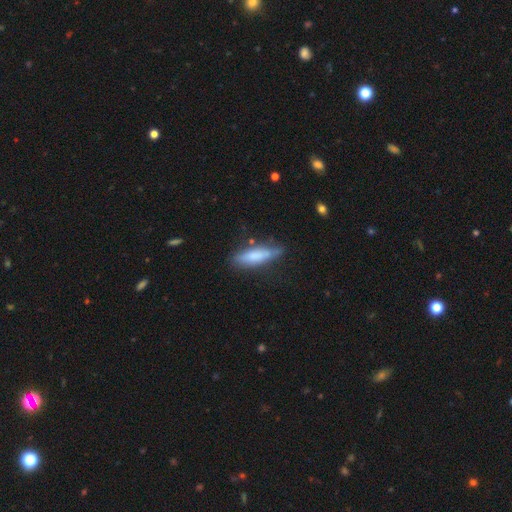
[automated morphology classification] type=smooth (71%); roundness=cigar-shaped (65%); merging=none (69%).